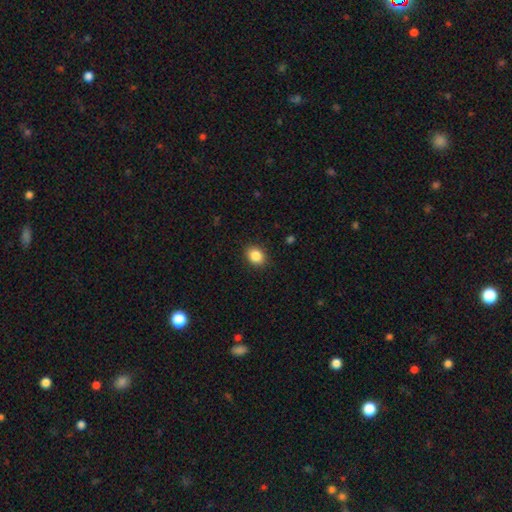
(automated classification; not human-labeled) Smooth or featured? smooth (86%)
How rounded? round (50%)
Merging? none (89%)